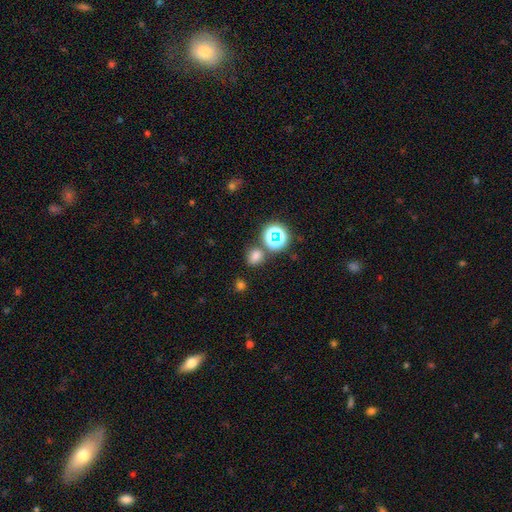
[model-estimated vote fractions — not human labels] Overall: smooth (69%). How rounded: round (67%; in between 32%). Merging: none (76%).